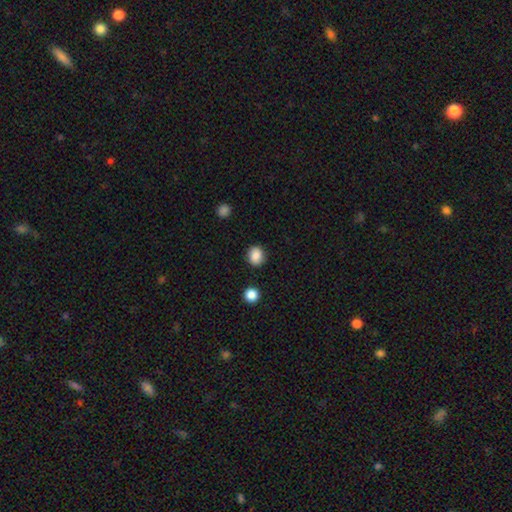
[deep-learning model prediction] Smooth or featured: smooth — 87% (star or artifact — 9%)
How rounded: round — 71% (in between — 28%)
Merging: none — 87% (minor disturbance — 9%)